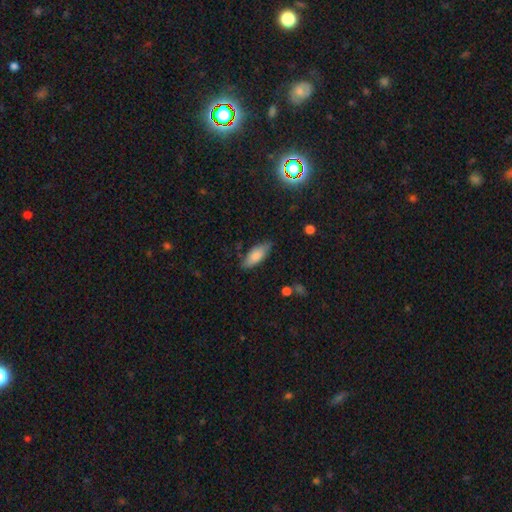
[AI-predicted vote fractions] A smooth galaxy with no disk features (80%) that is in between round and cigar-shaped (72%).

Vote fractions:
- Smooth or featured? smooth: 80% / featured or disk: 14% / star or artifact: 6%
- How rounded? in between: 72% / cigar-shaped: 26% / round: 2%
- Merging? none: 77% / minor disturbance: 18% / major disturbance: 3% / merger: 2%